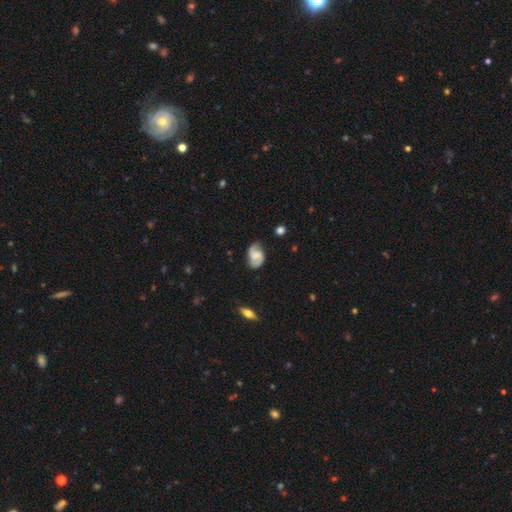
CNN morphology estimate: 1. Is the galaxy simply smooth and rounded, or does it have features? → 74% featured or disk, 19% smooth, 6% star or artifact.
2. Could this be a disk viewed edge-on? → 97% no, 3% yes.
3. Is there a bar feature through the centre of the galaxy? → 45% weak, 41% no, 14% strong.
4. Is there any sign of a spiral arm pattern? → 94% yes, 6% no.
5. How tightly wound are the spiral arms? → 48% medium, 29% loose, 23% tight.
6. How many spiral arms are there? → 90% 2, 4% can't tell, 3% 1, 1% 3, 1% 4, 1% more than 4.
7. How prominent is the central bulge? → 39% none, 25% moderate, 25% small, 9% large, 2% dominant.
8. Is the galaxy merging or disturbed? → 75% none, 18% minor disturbance, 5% major disturbance, 2% merger.